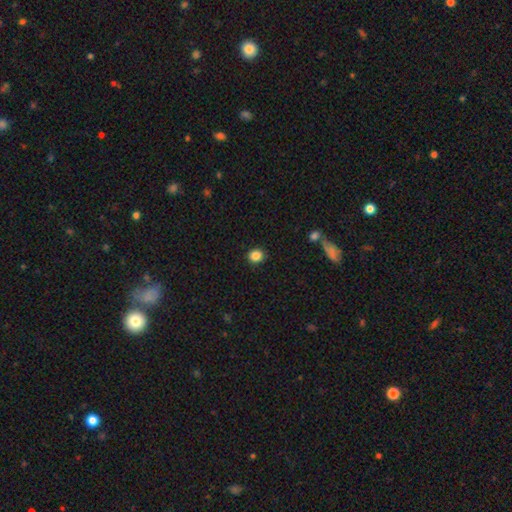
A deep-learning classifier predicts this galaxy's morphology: This is clearly a smooth galaxy (86%). How rounded: clearly round (83%). Merging: clearly none (91%).